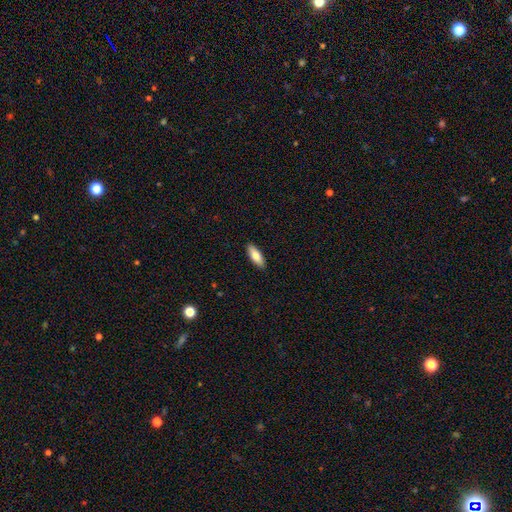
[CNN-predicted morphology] The model was most divided on "how rounded": in between: 69%, cigar-shaped: 29%, round: 2%. More confident: merging — none (90%); smooth or featured — smooth (79%).